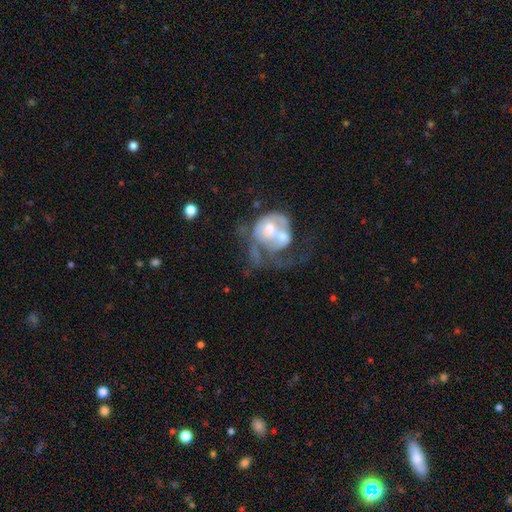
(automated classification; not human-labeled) The model was most divided on "spiral arms": yes: 52%, no: 48%. More confident: edge-on disk — no (97%); bar — no (80%); smooth or featured — featured or disk (66%); bulge size — moderate (59%); merging — merger (55%).